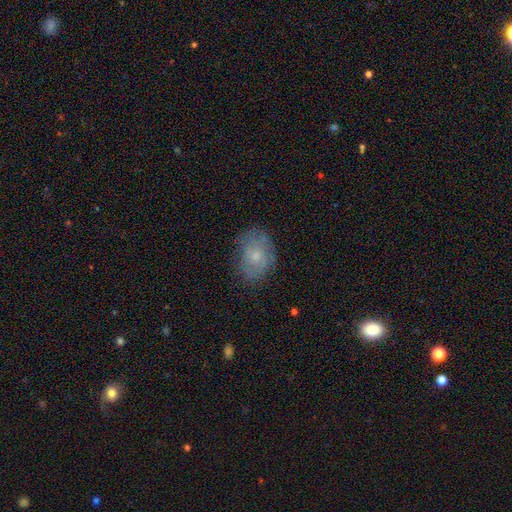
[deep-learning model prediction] This appears to be a smooth galaxy with no disk features (59%) that is in between round and cigar-shaped (72%). Merging: none (68%).